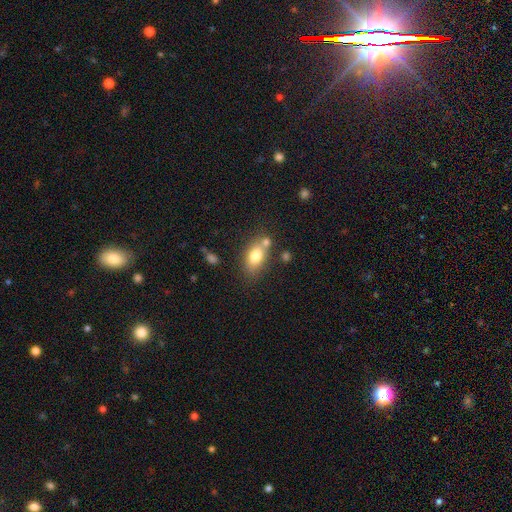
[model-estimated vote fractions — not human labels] Smooth or featured? Predicted: smooth (p=0.77). How rounded? Predicted: in between (p=0.83). Merging? Predicted: none (p=0.58).